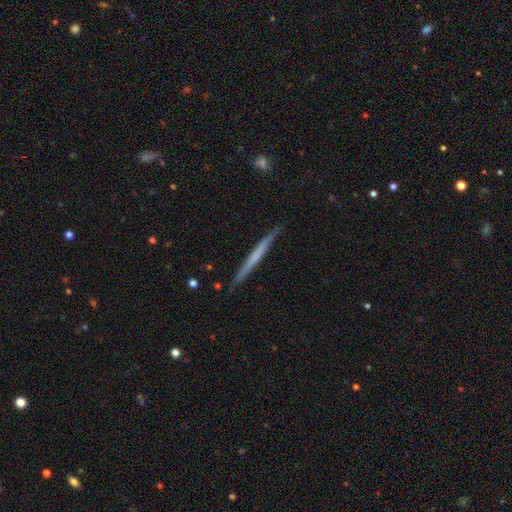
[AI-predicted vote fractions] Q: Smooth or featured?
A: featured or disk (55%); runner-up: smooth (40%)
Q: Edge-on disk?
A: yes (97%); runner-up: no (3%)
Q: Edge-on bulge?
A: none (82%); runner-up: rounded (12%)
Q: Merging?
A: none (90%); runner-up: minor disturbance (8%)